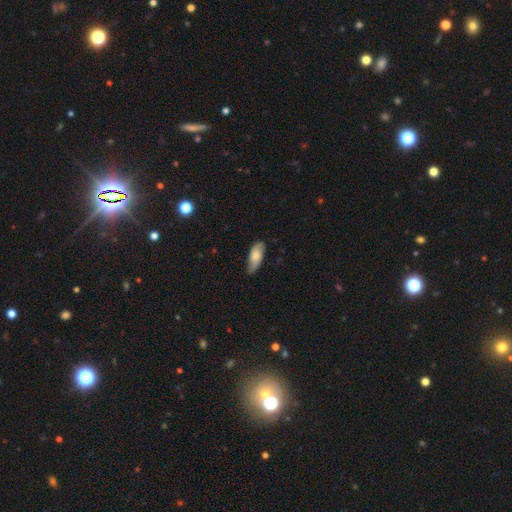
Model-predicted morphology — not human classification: The model was most divided on "merging": none: 71%, minor disturbance: 24%, major disturbance: 4%, merger: 1%. More confident: how rounded — in between (80%); smooth or featured — smooth (71%).